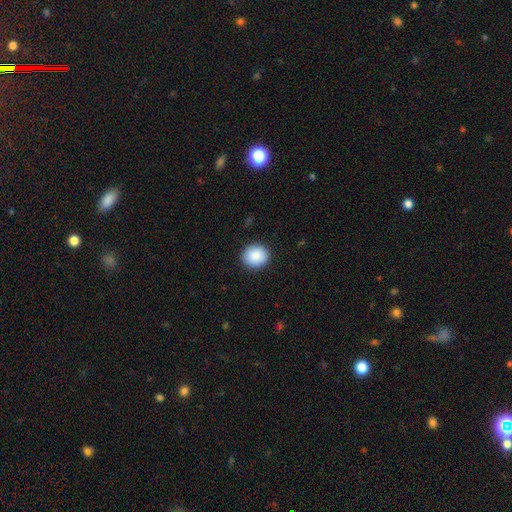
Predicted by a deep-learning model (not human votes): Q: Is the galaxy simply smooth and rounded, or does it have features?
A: smooth — 89%.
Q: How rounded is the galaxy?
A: round — 81%.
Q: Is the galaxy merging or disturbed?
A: none — 90%.